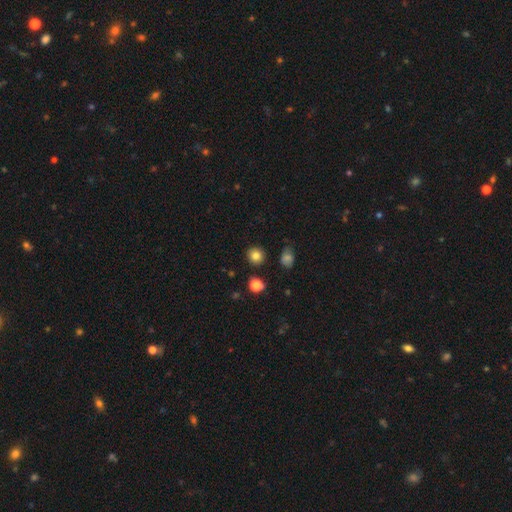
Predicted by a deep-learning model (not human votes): Morphology: type=smooth (82%); roundness=round (90%); merging=none (88%).